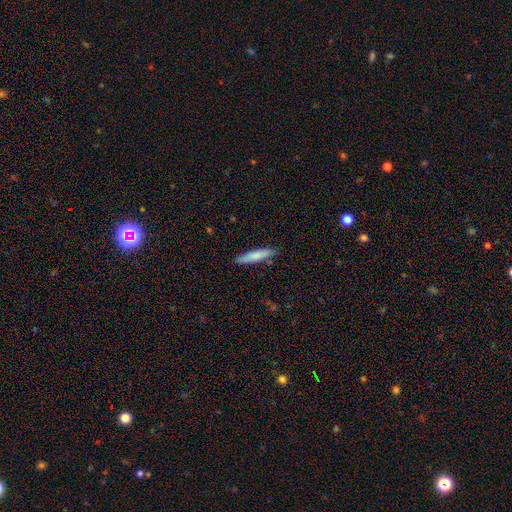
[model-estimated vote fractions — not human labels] Morphology: type=smooth (77%); roundness=cigar-shaped (88%); merging=none (85%).